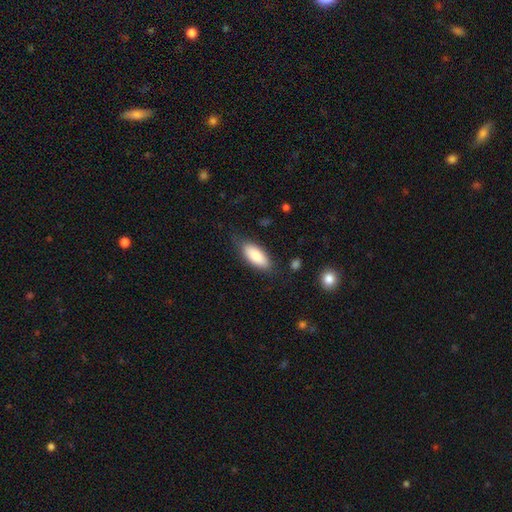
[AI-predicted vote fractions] Smooth or featured? Predicted: smooth (p=0.84). How rounded? Predicted: in between (p=0.84). Merging? Predicted: none (p=0.75).